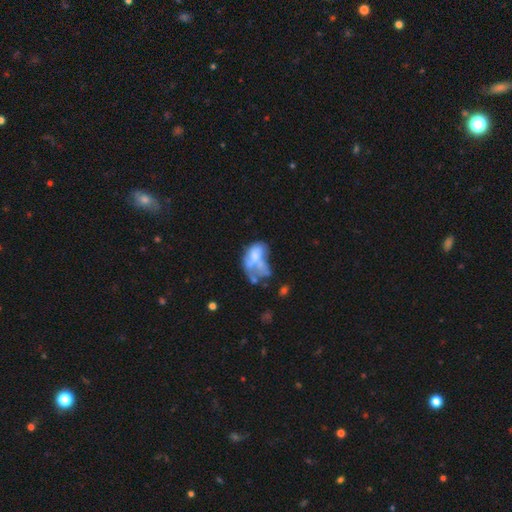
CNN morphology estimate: Smooth or featured?
  - featured or disk: 46% *
  - smooth: 43%
  - star or artifact: 11%
Merging?
  - merger: 35% *
  - major disturbance: 32%
  - none: 17%
  - minor disturbance: 15%